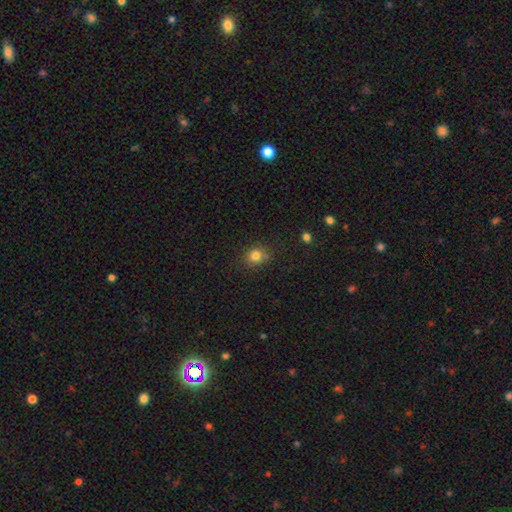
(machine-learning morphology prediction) smooth_or_featured: smooth (p=0.81) [alt: star or artifact p=0.13]
how_rounded: round (p=0.74) [alt: in between p=0.25]
merging: none (p=0.84) [alt: minor disturbance p=0.12]